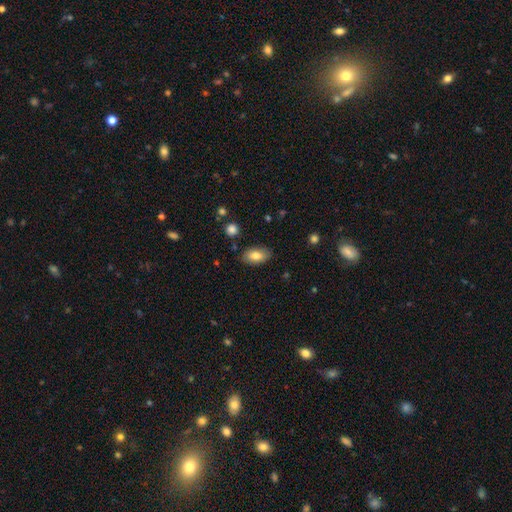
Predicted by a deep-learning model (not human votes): Smooth or featured?
  - smooth: 80% *
  - featured or disk: 13%
  - star or artifact: 7%
How rounded?
  - in between: 92% *
  - round: 5%
  - cigar-shaped: 3%
Merging?
  - none: 83% *
  - minor disturbance: 12%
  - major disturbance: 3%
  - merger: 2%